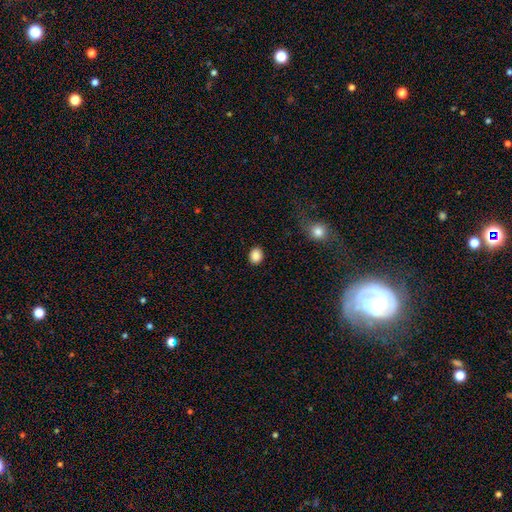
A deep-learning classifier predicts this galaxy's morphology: smooth_or_featured: smooth (p=0.88) [alt: star or artifact p=0.09]
how_rounded: round (p=0.57) [alt: in between p=0.42]
merging: none (p=0.90) [alt: minor disturbance p=0.07]